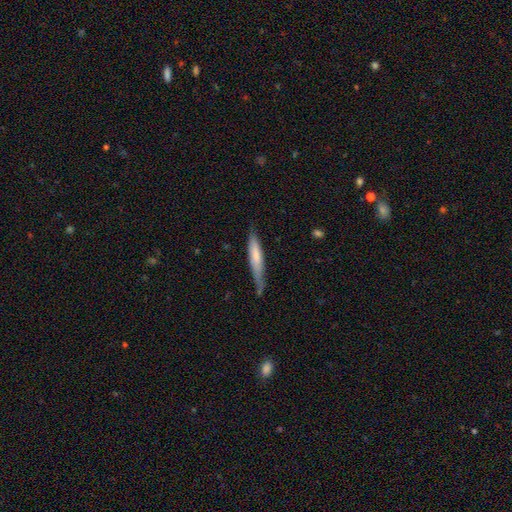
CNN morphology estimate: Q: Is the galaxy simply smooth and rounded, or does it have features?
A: smooth — 64%.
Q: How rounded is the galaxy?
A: cigar-shaped — 90%.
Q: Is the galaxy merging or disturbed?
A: none — 65%.